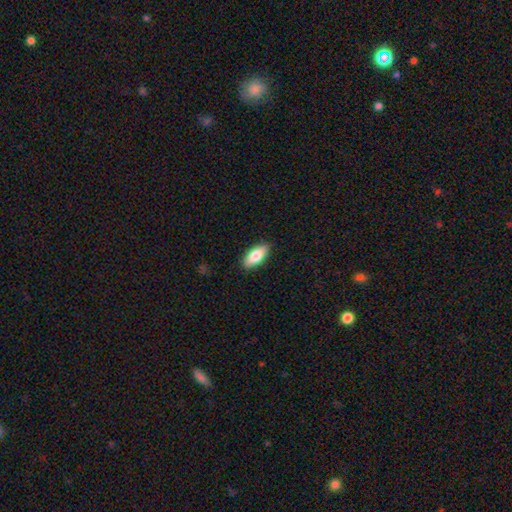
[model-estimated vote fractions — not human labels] smooth-or-featured: smooth: 80% | featured or disk: 14% | star or artifact: 6%
  how-rounded: in between: 86% | cigar-shaped: 12% | round: 2%
  merging: none: 89% | minor disturbance: 9% | major disturbance: 2% | merger: 1%